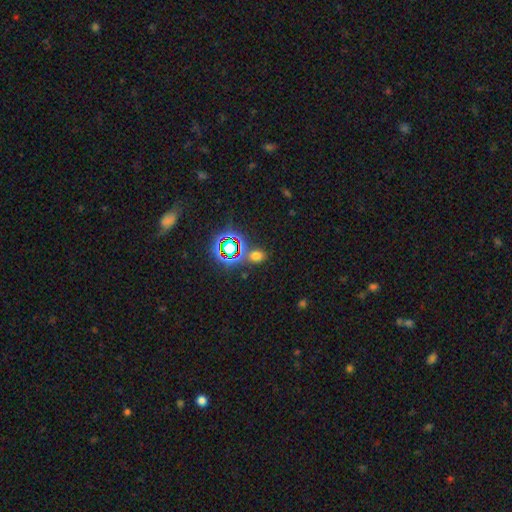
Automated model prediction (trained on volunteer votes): A smooth galaxy with no disk features (55%) that is in between round and cigar-shaped (64%).

Vote fractions:
- Smooth or featured? smooth: 55% / star or artifact: 38% / featured or disk: 8%
- How rounded? in between: 64% / round: 33% / cigar-shaped: 3%
- Merging? none: 72% / minor disturbance: 12% / merger: 11% / major disturbance: 5%